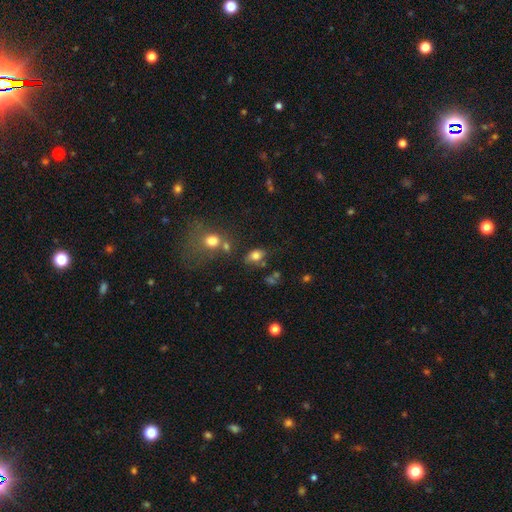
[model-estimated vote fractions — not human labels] A smooth galaxy with no disk features (78%) that is in between round and cigar-shaped (78%). Merging: none (60%).